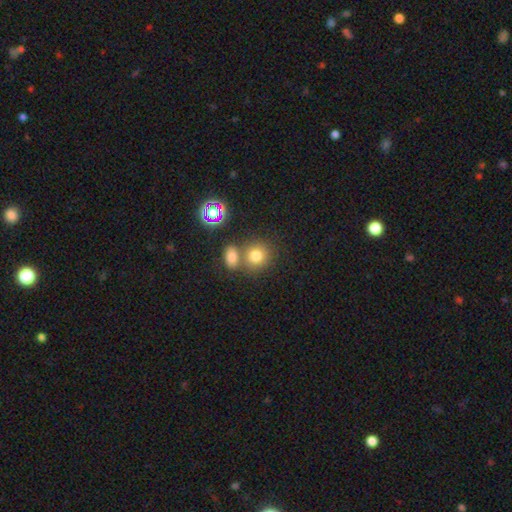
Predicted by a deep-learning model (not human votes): A smooth galaxy with no disk features (73%) that is round (79%).

Vote fractions:
- Smooth or featured? smooth: 73% / star or artifact: 17% / featured or disk: 10%
- How rounded? round: 79% / in between: 20% / cigar-shaped: 1%
- Merging? none: 53% / merger: 34% / minor disturbance: 9% / major disturbance: 4%